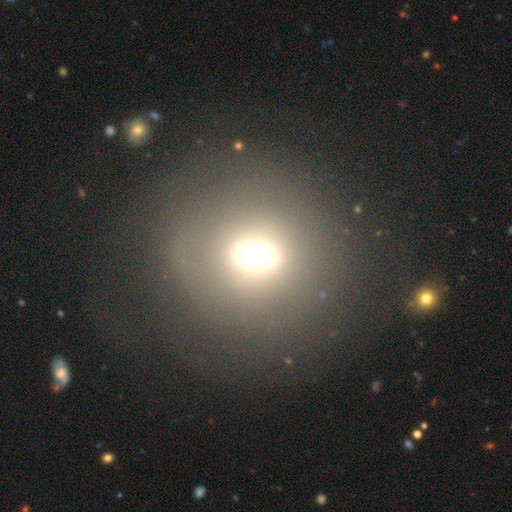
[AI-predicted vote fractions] smooth 64%, star or artifact 24%, featured or disk 13%. Down the decision tree: how rounded — round (83%); merging — none (79%).